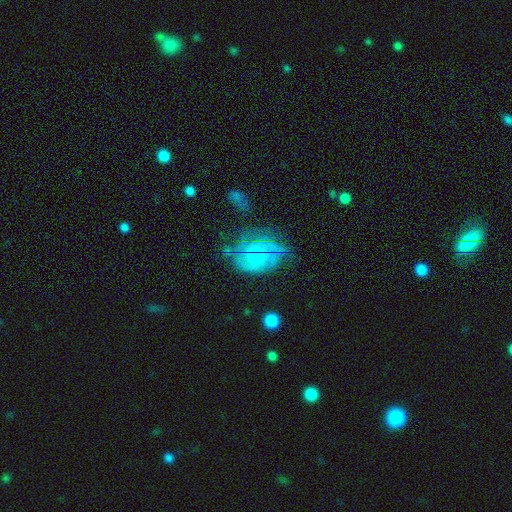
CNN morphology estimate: A featured or disk galaxy (72%) with no bar (67%), tight (56%) spiral arms (88%) and a small central bulge (65%).

Vote fractions:
- Smooth or featured? featured or disk: 72% / smooth: 18% / star or artifact: 10%
- Edge-on disk? no: 97% / yes: 3%
- Bar? no: 67% / weak: 28% / strong: 5%
- Spiral arms? yes: 88% / no: 12%
- Spiral winding? tight: 56% / medium: 32% / loose: 11%
- Spiral arm count? can't tell: 40% / 2: 21% / 3: 19% / 4: 7% / 1: 7% / more than 4: 5%
- Bulge size? small: 65% / moderate: 29% / none: 3% / large: 1% / dominant: 1%
- Merging? none: 52% / minor disturbance: 25% / major disturbance: 18% / merger: 5%